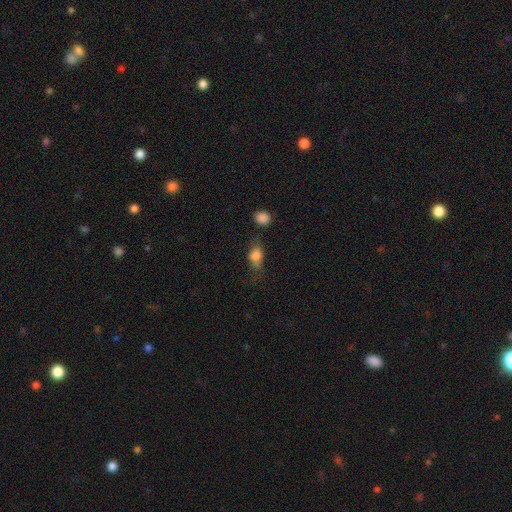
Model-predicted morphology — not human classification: This appears to be a smooth galaxy with no disk features (75%) that is in between round and cigar-shaped (74%). Merging: none (50%).